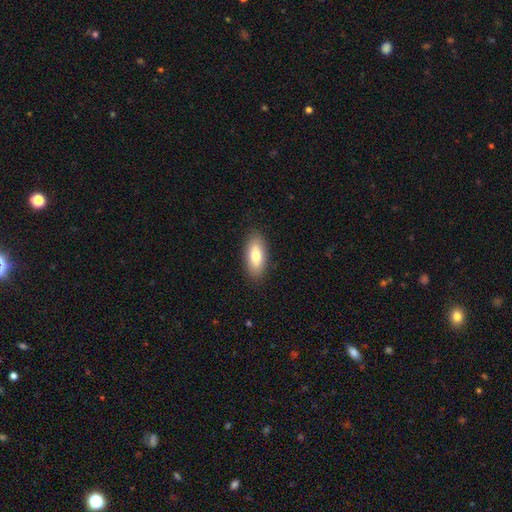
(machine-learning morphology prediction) A smooth galaxy with no disk features (77%) that is in between round and cigar-shaped (84%). Merging: none (87%).